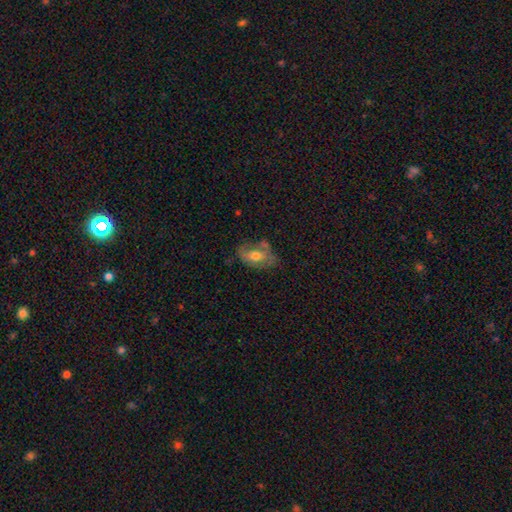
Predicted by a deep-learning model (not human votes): A smooth galaxy with no disk features (48%). Merging: none (51%).